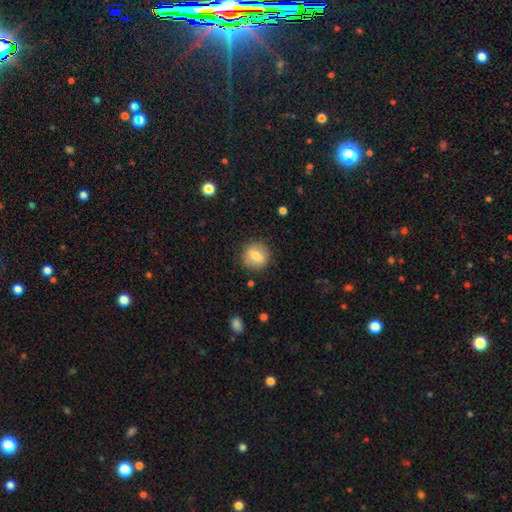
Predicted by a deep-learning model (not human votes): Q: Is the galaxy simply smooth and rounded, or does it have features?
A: smooth — 71%.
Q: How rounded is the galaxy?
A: round — 84%.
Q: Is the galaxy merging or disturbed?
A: none — 87%.